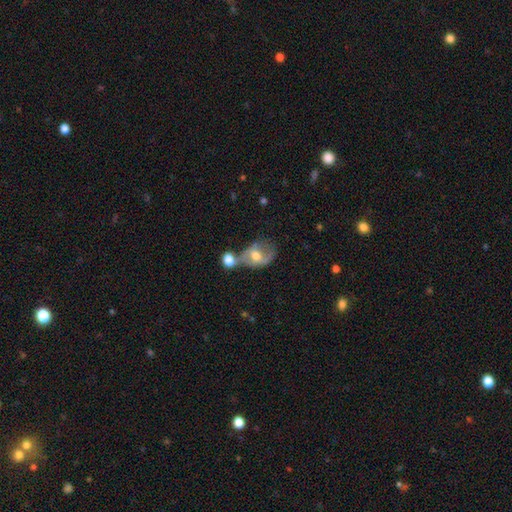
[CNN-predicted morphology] Smooth or featured? featured or disk (57%)
Edge-on disk? no (93%)
Bar? no (41%, tied with weak)
Spiral arms? yes (64%)
Bulge size? moderate (71%)
Merging? none (40%)